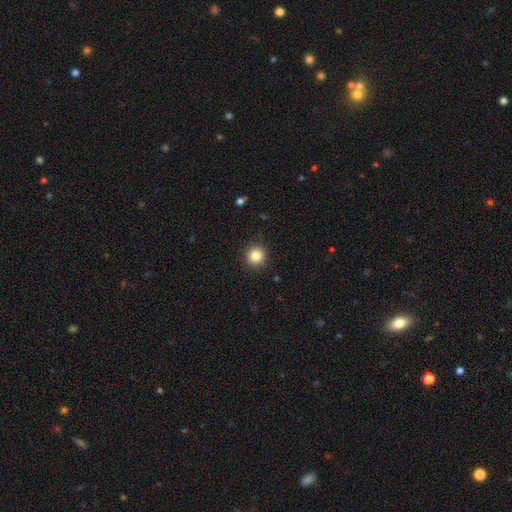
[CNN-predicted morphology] A smooth galaxy with no disk features (85%) that is round (94%). Merging: none (91%).